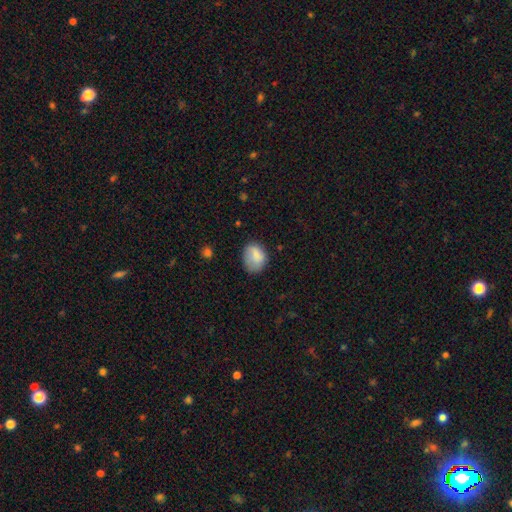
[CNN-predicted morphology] The model was most divided on "how rounded": in between: 61%, round: 38%, cigar-shaped: 1%. More confident: smooth or featured — smooth (82%); merging — none (64%).